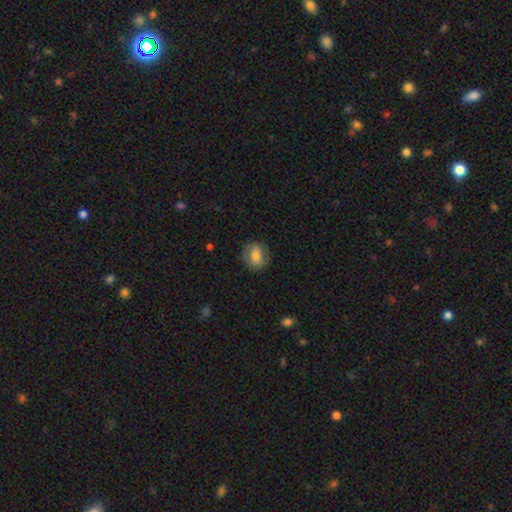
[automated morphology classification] A smooth galaxy with no disk features (65%) that is round (57%). Merging: none (79%).